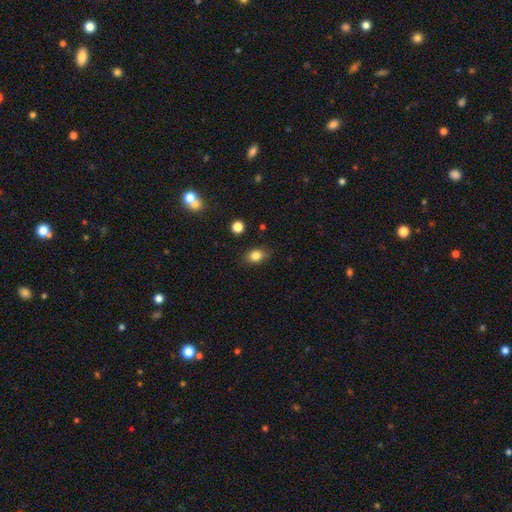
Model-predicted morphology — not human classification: smooth-or-featured: smooth: 82% | star or artifact: 10% | featured or disk: 7%
  how-rounded: in between: 65% | round: 33% | cigar-shaped: 2%
  merging: none: 81% | minor disturbance: 14% | major disturbance: 3% | merger: 2%